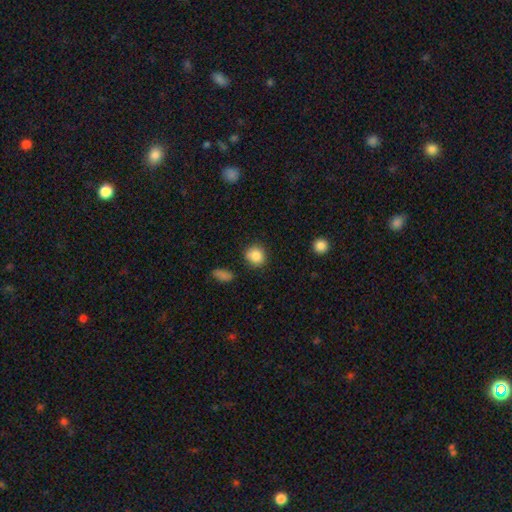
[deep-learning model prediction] This is clearly a smooth galaxy (86%). How rounded: clearly round (82%). Merging: clearly none (83%).